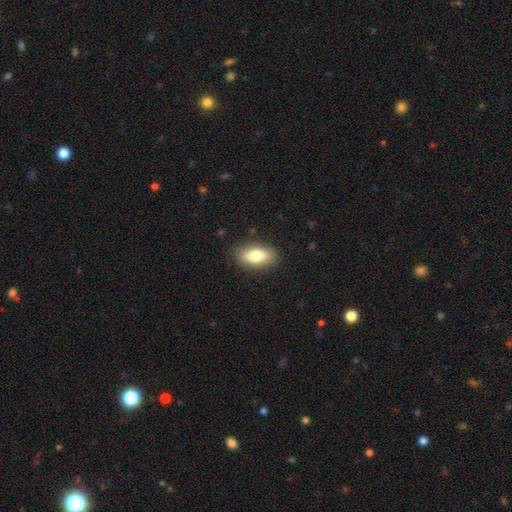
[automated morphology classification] type=smooth (81%); roundness=in between (86%); merging=none (86%).